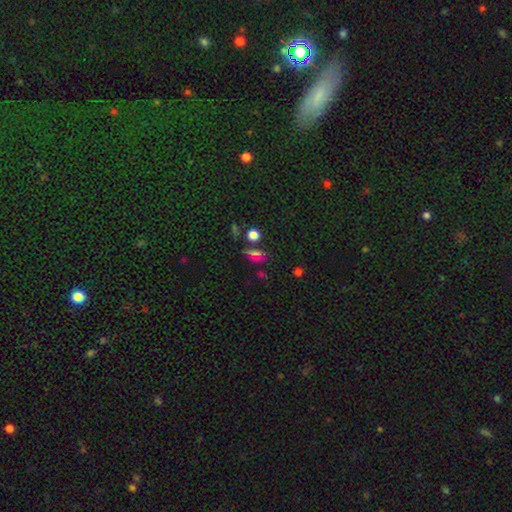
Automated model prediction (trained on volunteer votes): This appears to be a smooth galaxy with no disk features (61%) that is in between round and cigar-shaped (70%). Merging: none (68%).